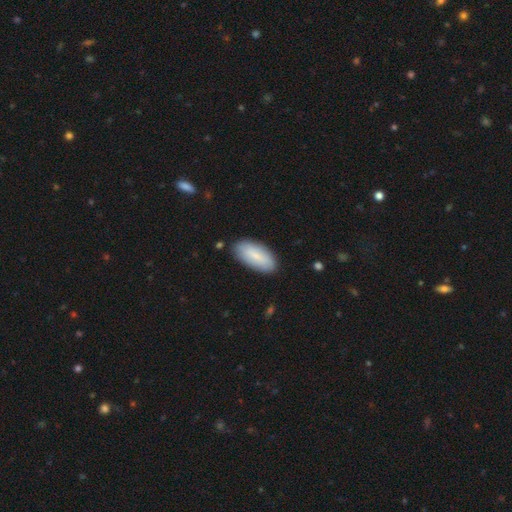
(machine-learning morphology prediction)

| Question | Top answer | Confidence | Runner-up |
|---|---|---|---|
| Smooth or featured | smooth | 75% | featured or disk (19%) |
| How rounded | in between | 89% | cigar-shaped (9%) |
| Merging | none | 84% | minor disturbance (12%) |